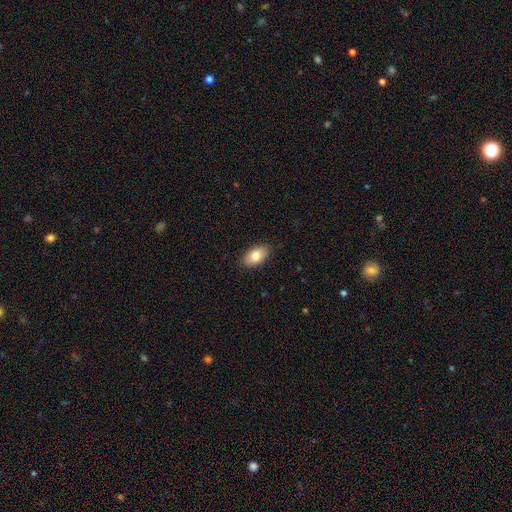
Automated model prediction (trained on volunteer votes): This appears to be a smooth galaxy with no disk features (80%) that is in between round and cigar-shaped (92%). Merging: none (86%).